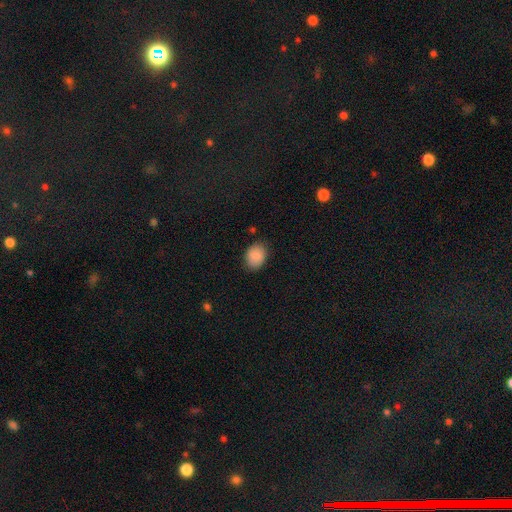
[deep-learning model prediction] Q: Smooth or featured?
A: smooth (88%); runner-up: star or artifact (8%)
Q: How rounded?
A: in between (63%); runner-up: round (36%)
Q: Merging?
A: none (81%); runner-up: minor disturbance (14%)